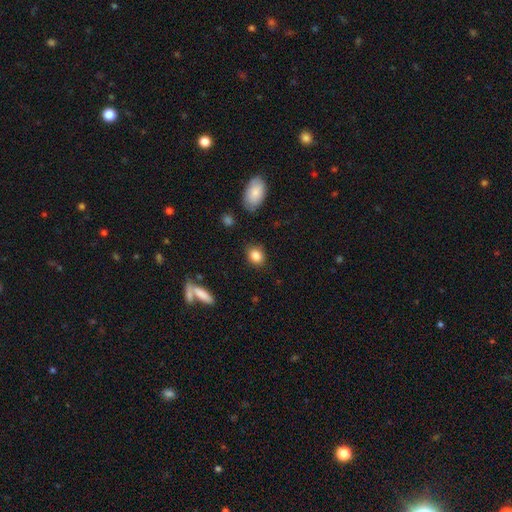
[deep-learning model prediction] smooth 85%, star or artifact 9%, featured or disk 6%. Down the decision tree: how rounded — round (51%); merging — none (83%).